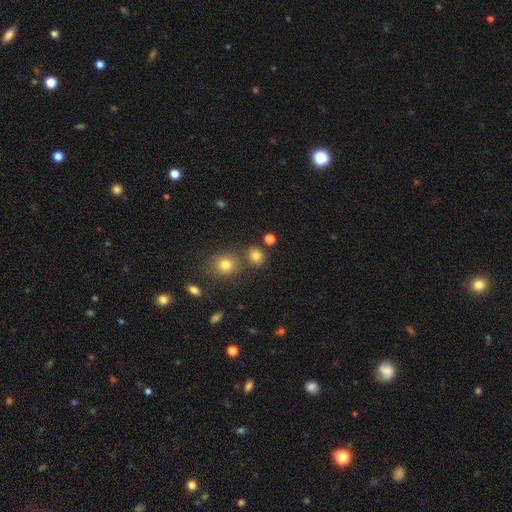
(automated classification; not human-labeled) This appears to be a smooth galaxy with no disk features (79%) that is round (85%). Merging: none (78%).